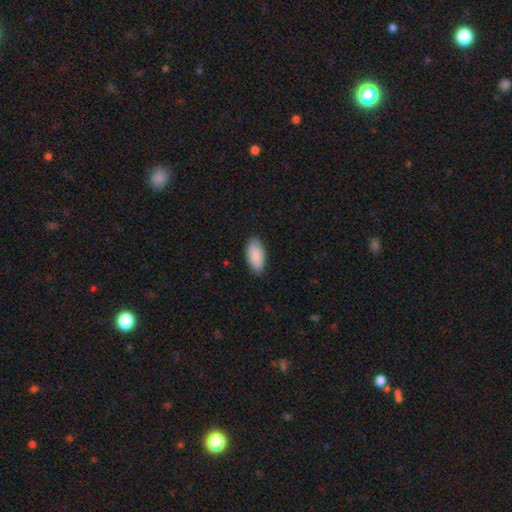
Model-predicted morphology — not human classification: Q: Smooth or featured?
A: smooth (87%); runner-up: featured or disk (8%)
Q: How rounded?
A: in between (93%); runner-up: cigar-shaped (5%)
Q: Merging?
A: none (83%); runner-up: minor disturbance (14%)